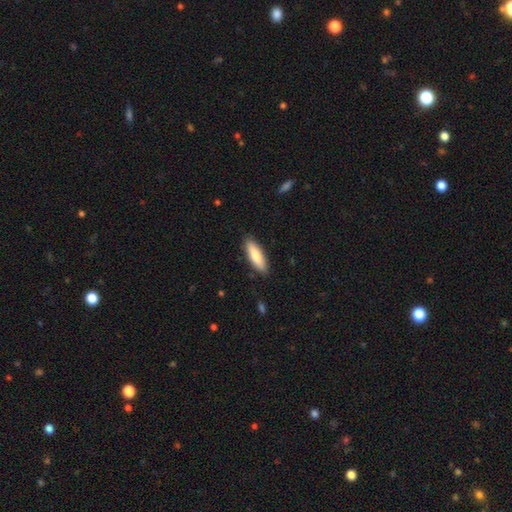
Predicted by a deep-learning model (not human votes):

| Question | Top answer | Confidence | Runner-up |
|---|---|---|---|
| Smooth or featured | smooth | 81% | featured or disk (14%) |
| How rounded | cigar-shaped | 50% | in between (49%) |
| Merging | none | 88% | minor disturbance (9%) |